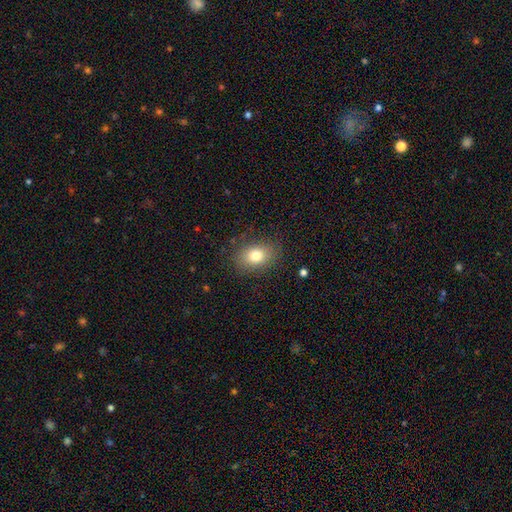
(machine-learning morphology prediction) A smooth galaxy with no disk features (78%) that is in between round and cigar-shaped (74%). Merging: none (83%).